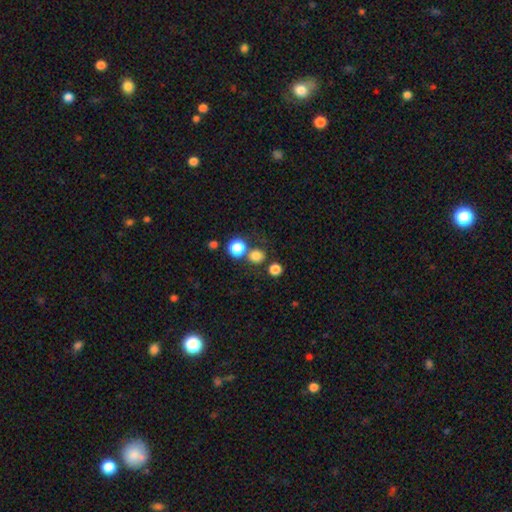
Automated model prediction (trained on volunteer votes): Smooth or featured? smooth (78%)
How rounded? round (87%)
Merging? none (70%)